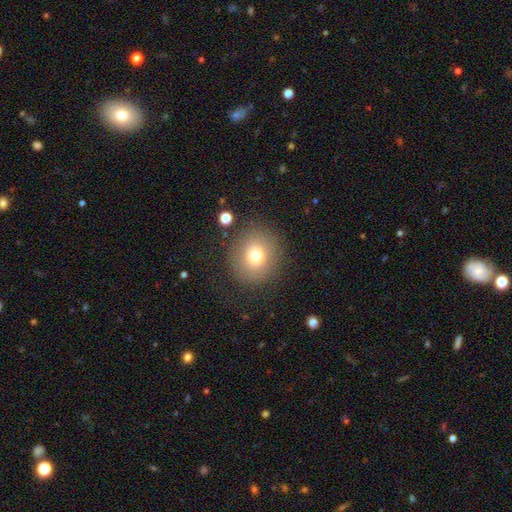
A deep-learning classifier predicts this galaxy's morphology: Smooth or featured? smooth (72%)
How rounded? round (88%)
Merging? none (84%)